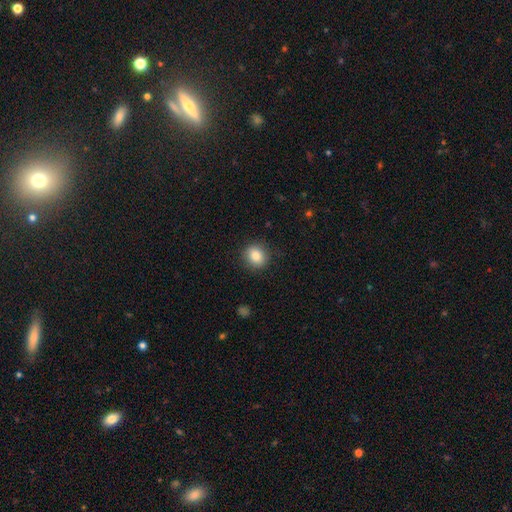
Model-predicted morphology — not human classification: This appears to be a smooth galaxy with no disk features (84%) that is round (78%). Merging: none (88%).